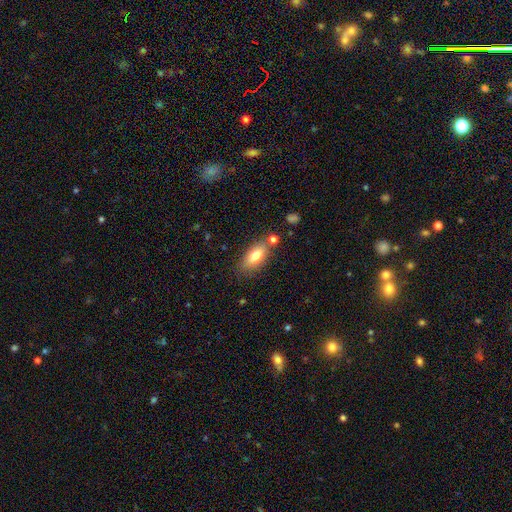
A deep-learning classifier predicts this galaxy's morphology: Smooth or featured? Predicted: smooth (p=0.76). How rounded? Predicted: in between (p=0.80). Merging? Predicted: none (p=0.72).